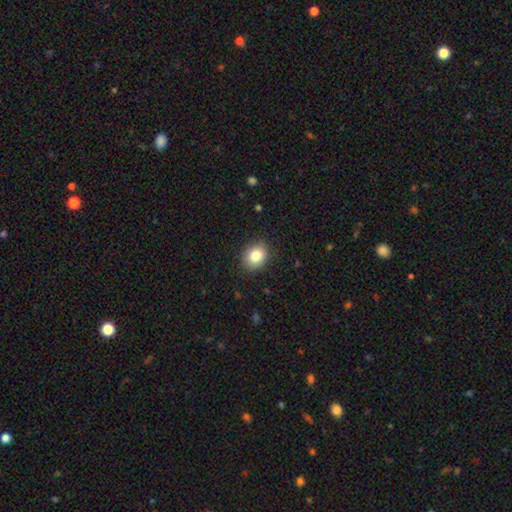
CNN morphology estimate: This appears to be a smooth galaxy with no disk features (82%) that is round (58%). Merging: none (88%).